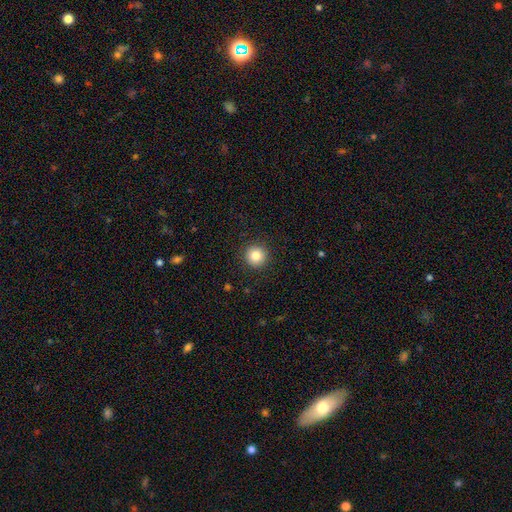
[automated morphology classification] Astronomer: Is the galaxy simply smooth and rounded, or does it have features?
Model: smooth — 84%.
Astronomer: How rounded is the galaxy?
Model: round — 96%.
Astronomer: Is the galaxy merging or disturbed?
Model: none — 92%.